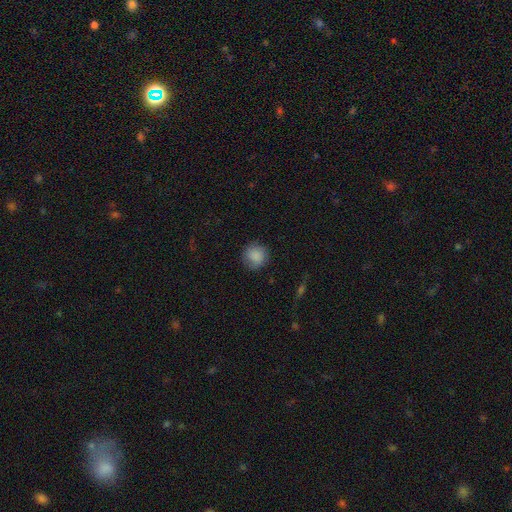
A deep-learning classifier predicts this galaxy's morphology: This is clearly a smooth galaxy (87%). How rounded: clearly round (92%). Merging: clearly none (84%).